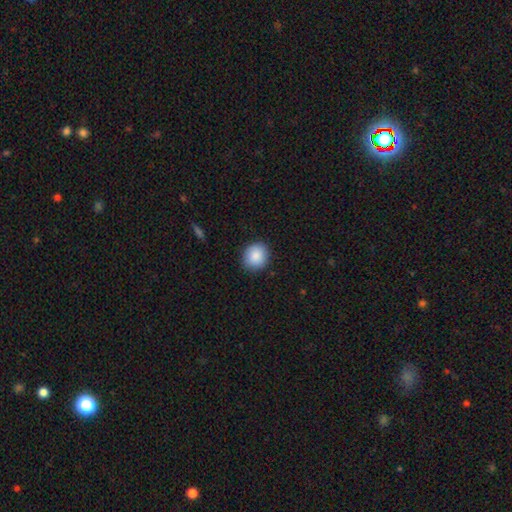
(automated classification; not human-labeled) This appears to be a smooth galaxy with no disk features (88%) that is round (75%). Merging: none (88%).